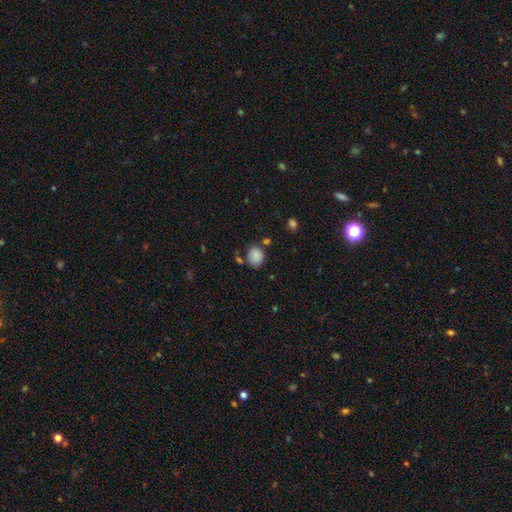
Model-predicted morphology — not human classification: Smooth or featured? smooth (86%)
How rounded? in between (50%)
Merging? none (70%)